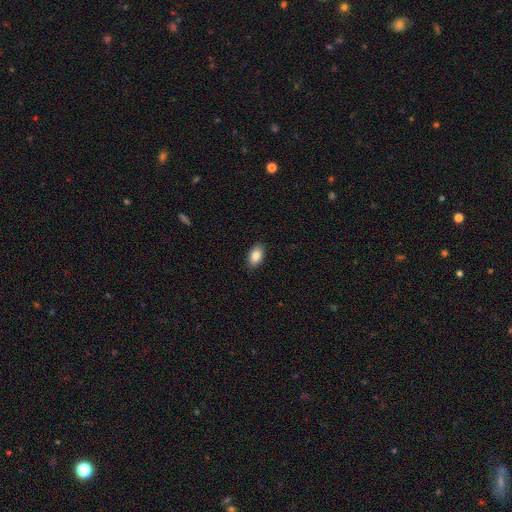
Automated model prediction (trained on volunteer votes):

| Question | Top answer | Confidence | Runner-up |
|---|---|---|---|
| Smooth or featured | smooth | 87% | star or artifact (7%) |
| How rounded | in between | 91% | round (7%) |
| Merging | none | 88% | minor disturbance (9%) |